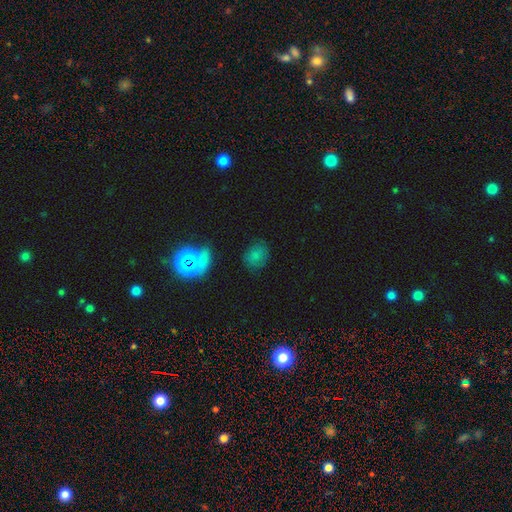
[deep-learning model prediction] Smooth or featured? Predicted: smooth (p=0.68). How rounded? Predicted: round (p=0.62). Merging? Predicted: none (p=0.71).